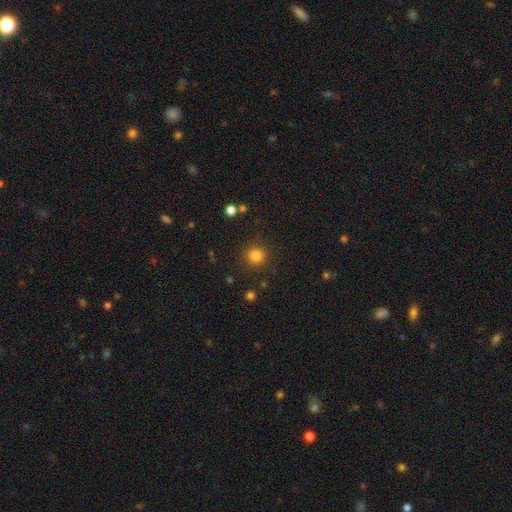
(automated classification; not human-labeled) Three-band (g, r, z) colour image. It shows a smooth galaxy with no disk features (82%) that is round (94%). Merging: none (88%).